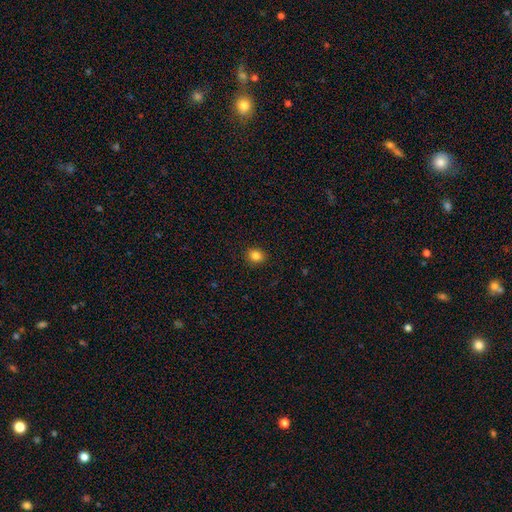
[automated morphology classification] Smooth or featured: smooth — 85% (star or artifact — 11%)
How rounded: round — 67% (in between — 32%)
Merging: none — 90% (minor disturbance — 7%)